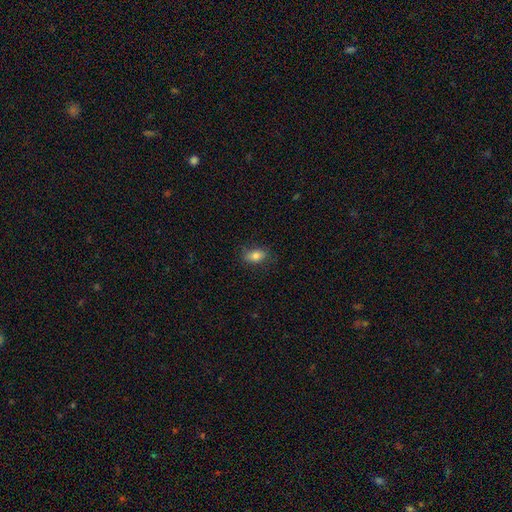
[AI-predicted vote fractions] Q: Smooth or featured?
A: smooth (80%); runner-up: featured or disk (11%)
Q: How rounded?
A: in between (87%); runner-up: round (10%)
Q: Merging?
A: none (80%); runner-up: minor disturbance (15%)